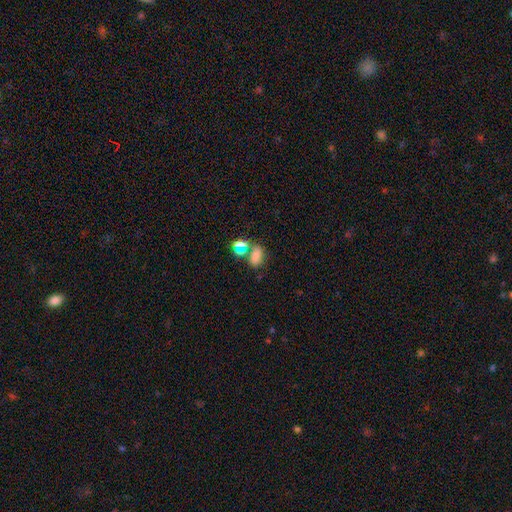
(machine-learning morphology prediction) A smooth galaxy with no disk features (74%) that is in between round and cigar-shaped (85%).

Vote fractions:
- Smooth or featured? smooth: 74% / star or artifact: 15% / featured or disk: 11%
- How rounded? in between: 85% / round: 12% / cigar-shaped: 3%
- Merging? merger: 42% / none: 39% / minor disturbance: 12% / major disturbance: 7%